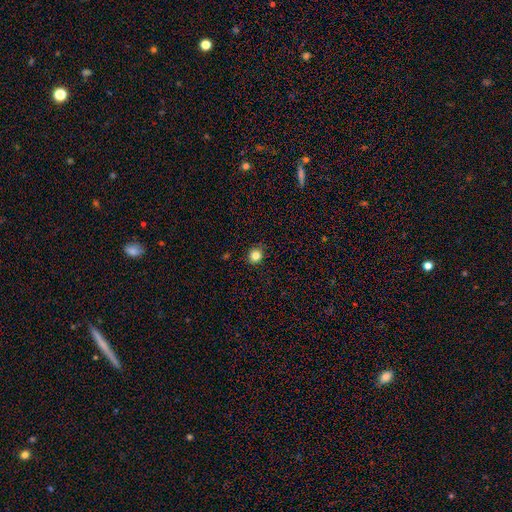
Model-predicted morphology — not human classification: Smooth or featured: smooth — 83% (star or artifact — 12%)
How rounded: round — 82% (in between — 17%)
Merging: none — 89% (minor disturbance — 8%)